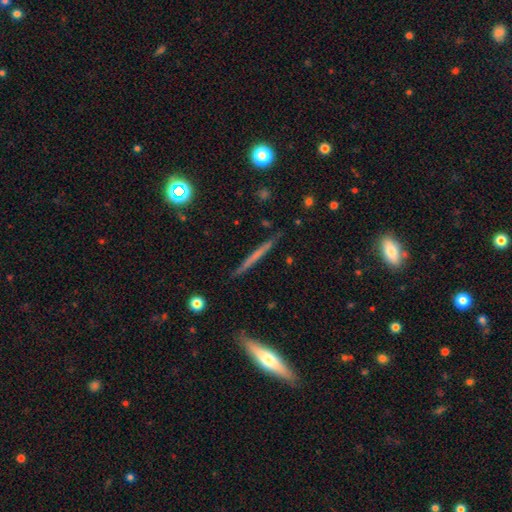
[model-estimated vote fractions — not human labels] This appears to be a featured or disk galaxy (52%) viewed edge-on (97%) with no central bulge (80%). Merging: none (88%).